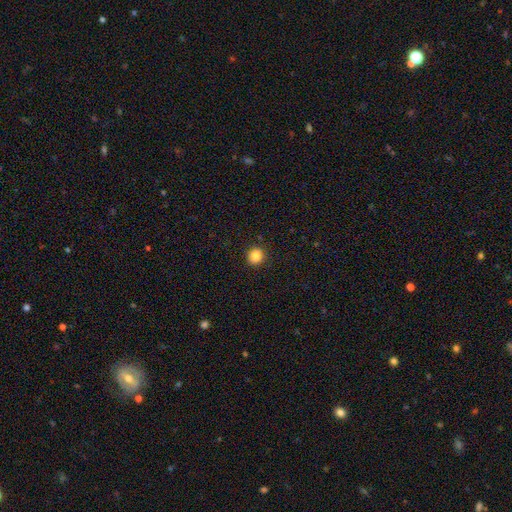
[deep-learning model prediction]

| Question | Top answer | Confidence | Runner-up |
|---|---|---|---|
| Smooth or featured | smooth | 85% | star or artifact (10%) |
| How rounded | round | 87% | in between (12%) |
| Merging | none | 91% | minor disturbance (6%) |